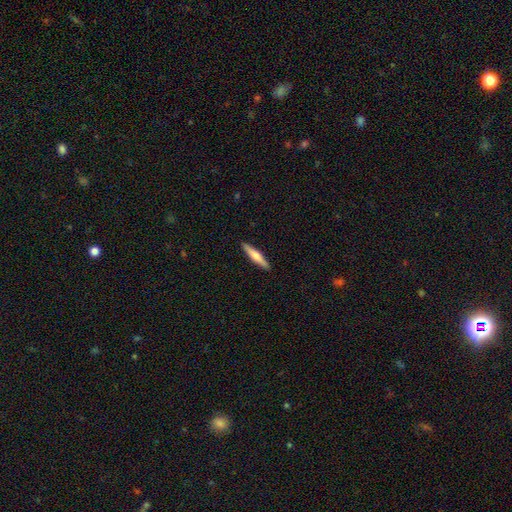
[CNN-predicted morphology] Smooth or featured: smooth — 52% (featured or disk — 43%)
How rounded: cigar-shaped — 89% (in between — 10%)
Merging: none — 91% (minor disturbance — 6%)